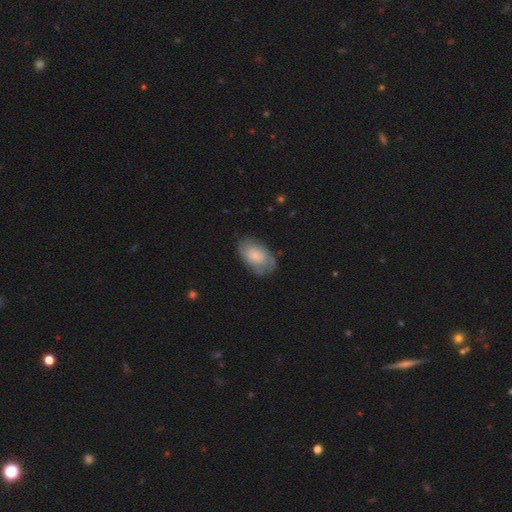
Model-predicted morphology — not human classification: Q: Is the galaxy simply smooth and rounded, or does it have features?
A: smooth — 54%.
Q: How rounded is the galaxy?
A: in between — 89%.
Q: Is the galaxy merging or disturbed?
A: none — 66%.